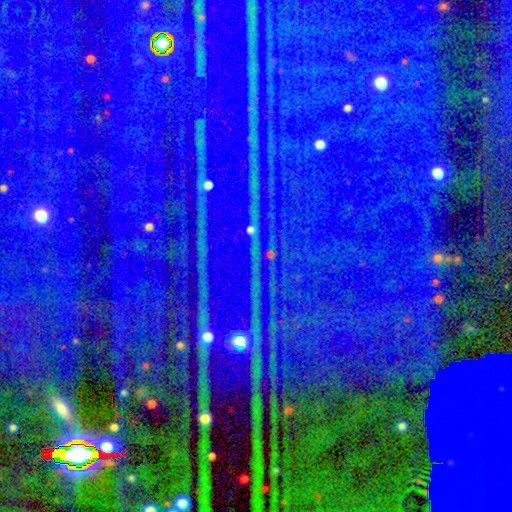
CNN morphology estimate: Smooth or featured?
  - star or artifact: 84% *
  - featured or disk: 8%
  - smooth: 7%